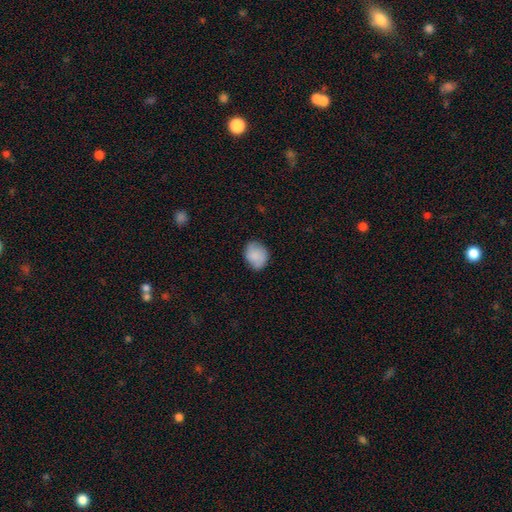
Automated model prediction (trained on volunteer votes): Q: Smooth or featured?
A: smooth (81%); runner-up: featured or disk (11%)
Q: How rounded?
A: round (58%); runner-up: in between (41%)
Q: Merging?
A: none (75%); runner-up: minor disturbance (20%)